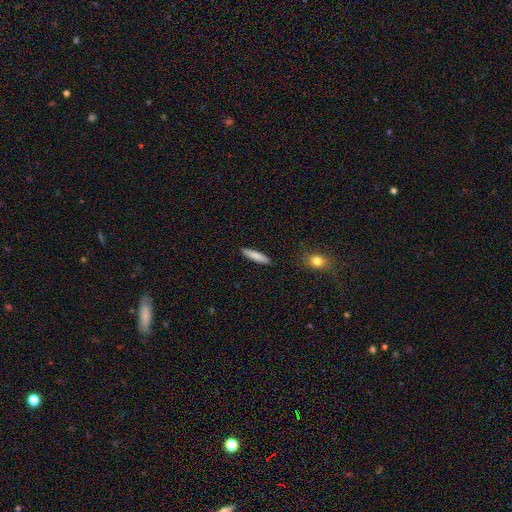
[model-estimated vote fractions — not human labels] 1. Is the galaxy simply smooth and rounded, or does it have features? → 83% smooth, 11% featured or disk, 6% star or artifact.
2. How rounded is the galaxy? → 84% cigar-shaped, 15% in between, 1% round.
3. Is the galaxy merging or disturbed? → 90% none, 7% minor disturbance, 2% major disturbance, 1% merger.